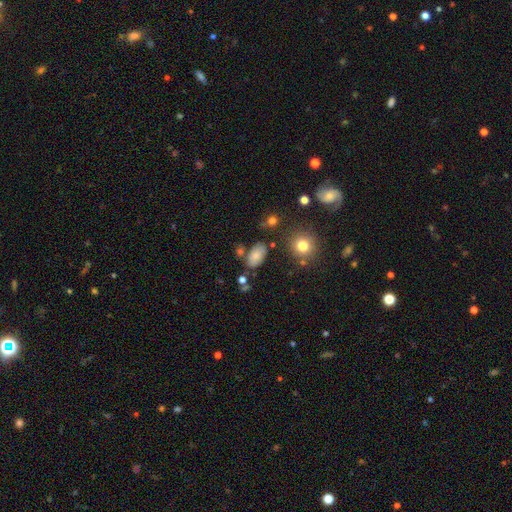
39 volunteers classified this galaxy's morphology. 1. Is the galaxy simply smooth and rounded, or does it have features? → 74% smooth, 21% featured or disk, 5% star or artifact.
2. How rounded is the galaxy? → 93% in between, 7% round, 0% cigar-shaped.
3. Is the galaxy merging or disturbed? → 70% none, 22% minor disturbance, 5% major disturbance, 3% merger.